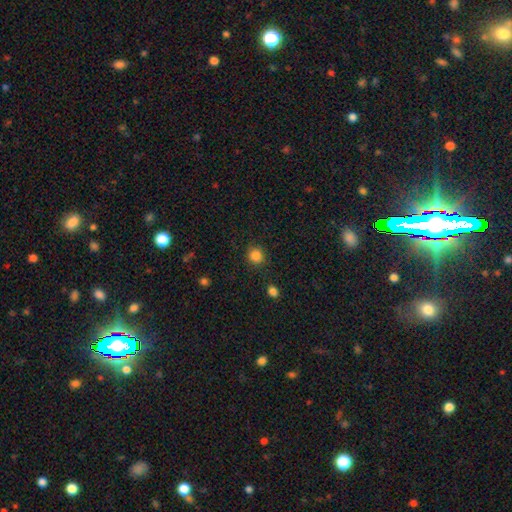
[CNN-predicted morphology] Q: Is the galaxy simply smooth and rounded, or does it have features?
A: smooth — 85%.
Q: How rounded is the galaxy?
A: round — 90%.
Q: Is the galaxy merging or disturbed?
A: none — 87%.